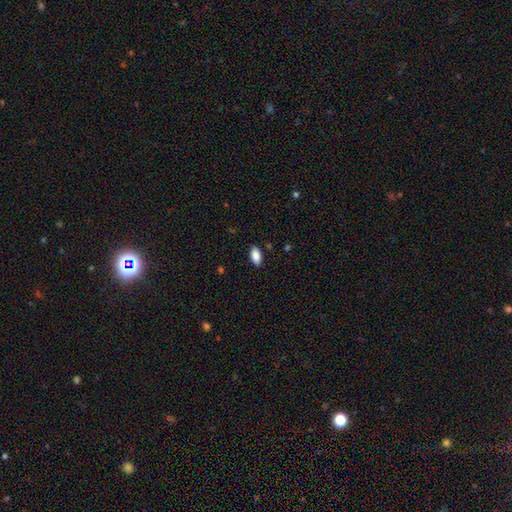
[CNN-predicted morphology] smooth_or_featured: smooth (p=0.89) [alt: star or artifact p=0.07]
how_rounded: in between (p=0.93) [alt: cigar-shaped p=0.04]
merging: none (p=0.88) [alt: minor disturbance p=0.09]